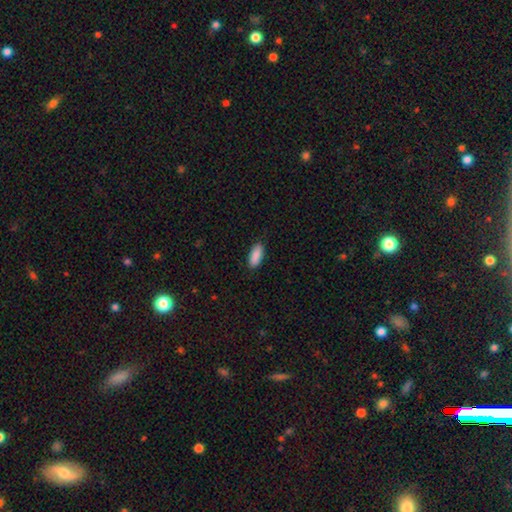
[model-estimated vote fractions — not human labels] A smooth galaxy with no disk features (90%) that is in between round and cigar-shaped (81%).

Vote fractions:
- Smooth or featured? smooth: 90% / star or artifact: 6% / featured or disk: 4%
- How rounded? in between: 81% / cigar-shaped: 17% / round: 2%
- Merging? none: 88% / minor disturbance: 9% / major disturbance: 2% / merger: 1%